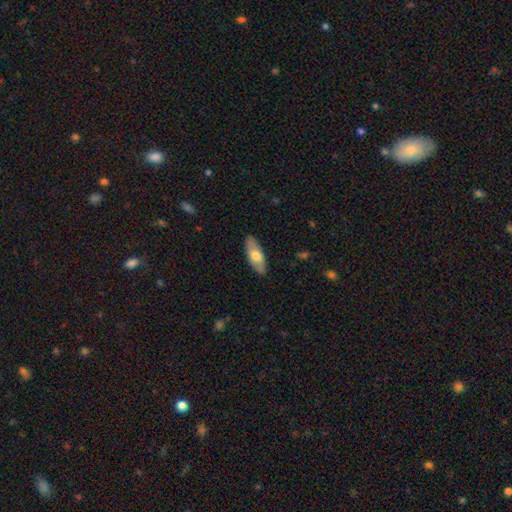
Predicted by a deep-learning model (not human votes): This appears to be a smooth galaxy with no disk features (64%) that is in between round and cigar-shaped (77%). Merging: none (87%).